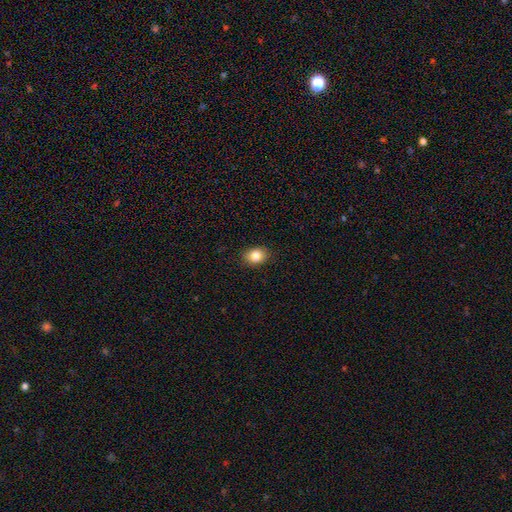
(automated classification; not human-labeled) This is clearly a smooth galaxy (84%). How rounded: likely in between (67%). Merging: clearly none (88%).